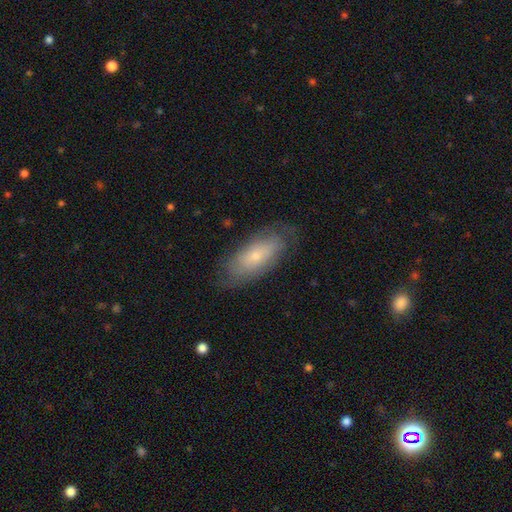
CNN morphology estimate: Smooth or featured?
  - smooth: 54% *
  - featured or disk: 38%
  - star or artifact: 7%
How rounded?
  - in between: 79% *
  - cigar-shaped: 18%
  - round: 3%
Merging?
  - none: 75% *
  - minor disturbance: 18%
  - major disturbance: 6%
  - merger: 1%